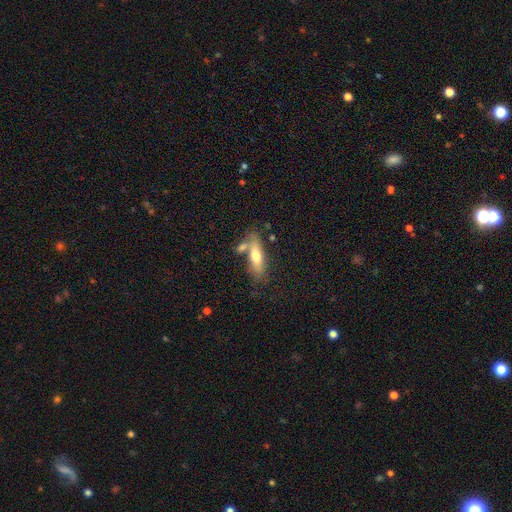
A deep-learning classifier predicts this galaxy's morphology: smooth_or_featured: smooth (p=0.64) [alt: featured or disk p=0.29]
how_rounded: in between (p=0.52) [alt: cigar-shaped p=0.46]
merging: none (p=0.59) [alt: merger p=0.20]